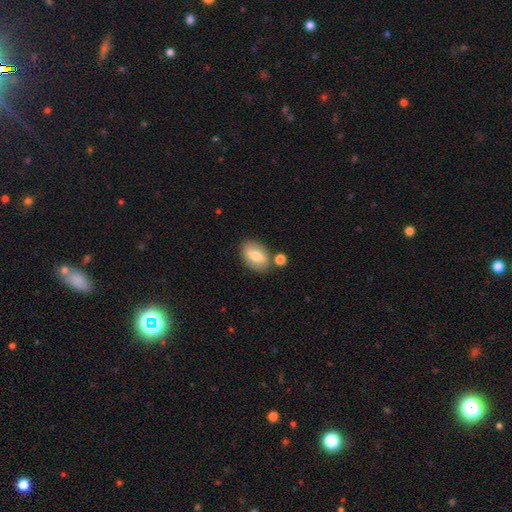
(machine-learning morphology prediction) A smooth galaxy with no disk features (63%) that is in between round and cigar-shaped (85%). Merging: none (74%).